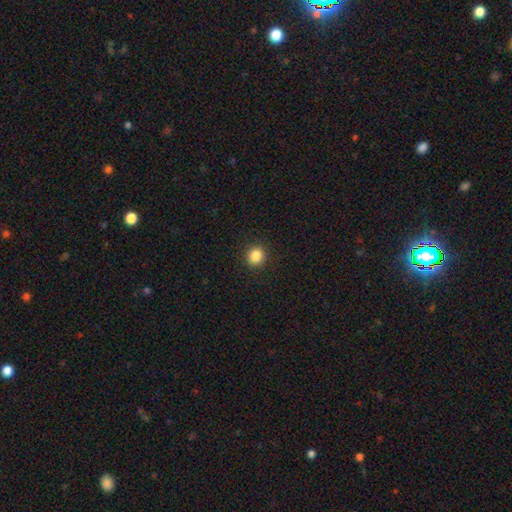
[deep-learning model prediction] Q: Smooth or featured?
A: smooth (85%); runner-up: star or artifact (11%)
Q: How rounded?
A: round (91%); runner-up: in between (8%)
Q: Merging?
A: none (92%); runner-up: minor disturbance (5%)